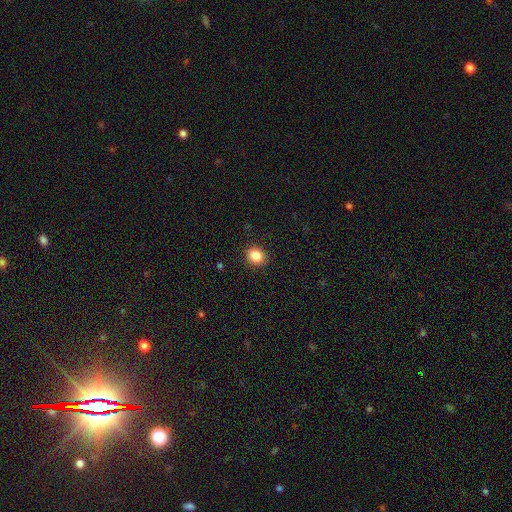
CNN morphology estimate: A smooth galaxy with no disk features (86%) that is round (72%). Merging: none (90%).